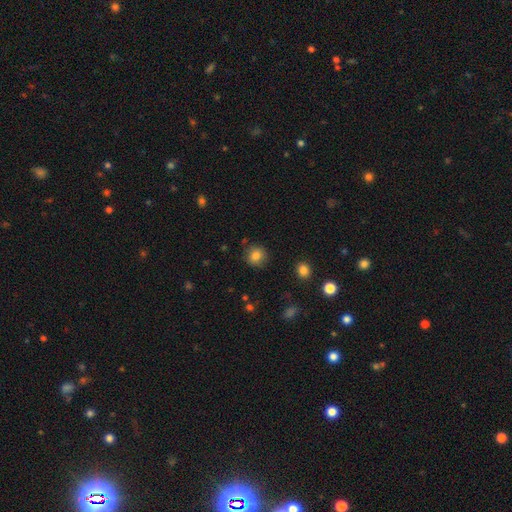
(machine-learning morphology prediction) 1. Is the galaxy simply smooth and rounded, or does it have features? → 83% smooth, 11% star or artifact, 7% featured or disk.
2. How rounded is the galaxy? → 88% round, 11% in between, 1% cigar-shaped.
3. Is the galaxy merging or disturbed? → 87% none, 8% minor disturbance, 2% major disturbance, 2% merger.